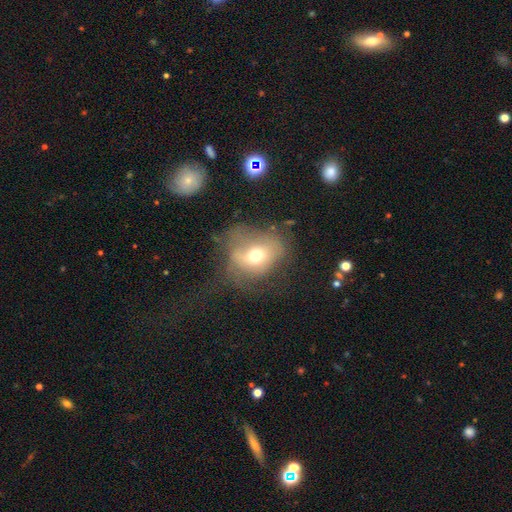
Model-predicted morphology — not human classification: The model was most divided on "merging": none: 42%, major disturbance: 29%, minor disturbance: 26%, merger: 3%. More confident: how rounded — round (60%); smooth or featured — smooth (55%).